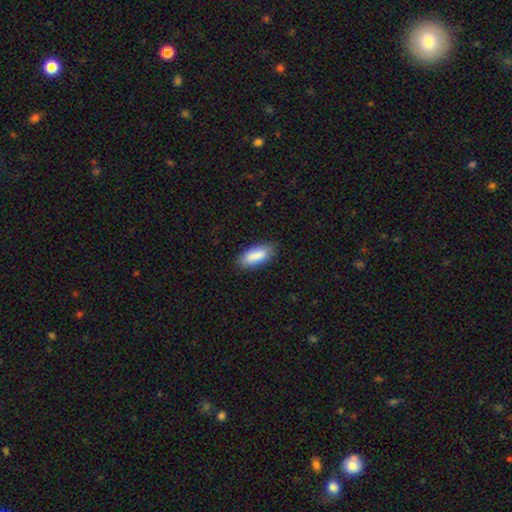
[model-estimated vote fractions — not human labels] Smooth or featured?
  - smooth: 87% *
  - featured or disk: 7%
  - star or artifact: 6%
How rounded?
  - in between: 80% *
  - cigar-shaped: 18%
  - round: 2%
Merging?
  - none: 83% *
  - minor disturbance: 13%
  - major disturbance: 3%
  - merger: 1%